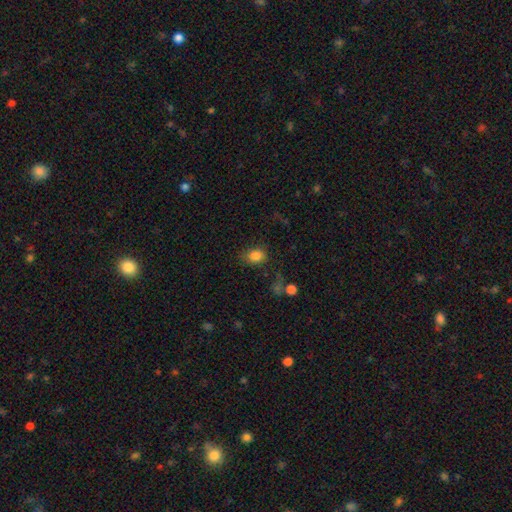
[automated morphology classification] smooth 83%, star or artifact 11%, featured or disk 6%. Down the decision tree: how rounded — in between (63%); merging — none (70%).